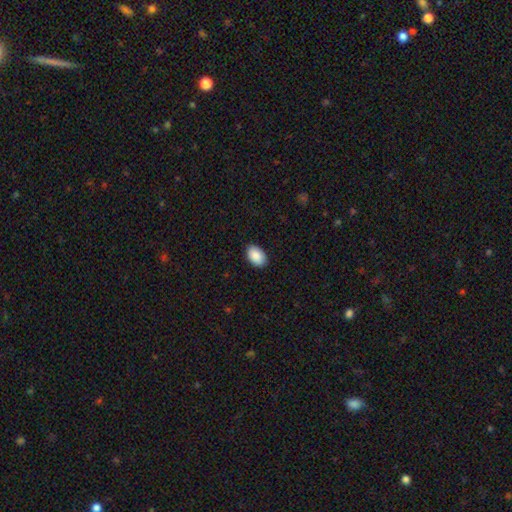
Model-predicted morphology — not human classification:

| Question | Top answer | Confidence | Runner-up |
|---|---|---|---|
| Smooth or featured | smooth | 90% | star or artifact (6%) |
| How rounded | in between | 90% | round (9%) |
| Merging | none | 90% | minor disturbance (8%) |